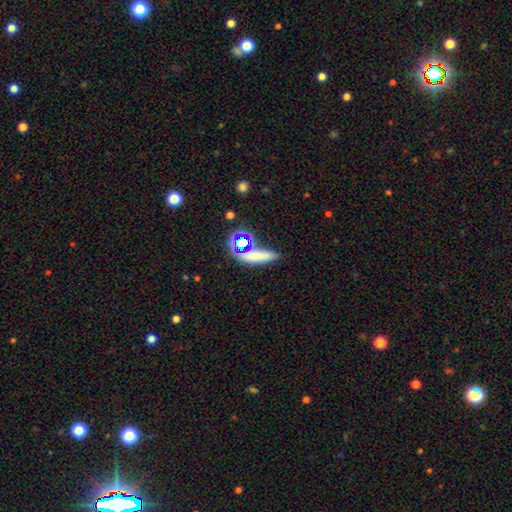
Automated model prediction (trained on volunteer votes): smooth 68%, star or artifact 20%, featured or disk 12%. Down the decision tree: how rounded — cigar-shaped (55%); merging — none (68%).